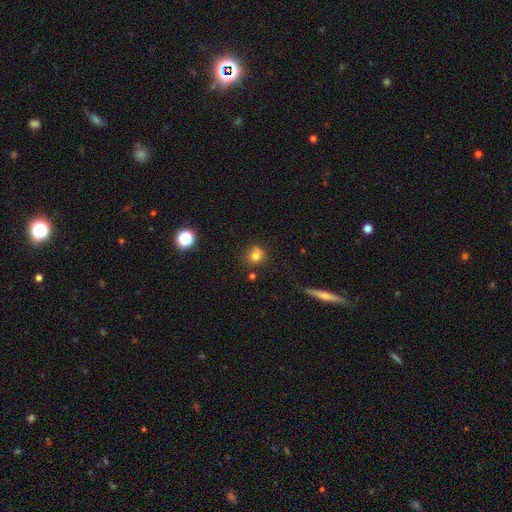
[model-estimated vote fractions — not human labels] Smooth or featured?
  - smooth: 77% *
  - star or artifact: 14%
  - featured or disk: 9%
How rounded?
  - round: 84% *
  - in between: 15%
  - cigar-shaped: 1%
Merging?
  - none: 73% *
  - minor disturbance: 16%
  - merger: 7%
  - major disturbance: 4%